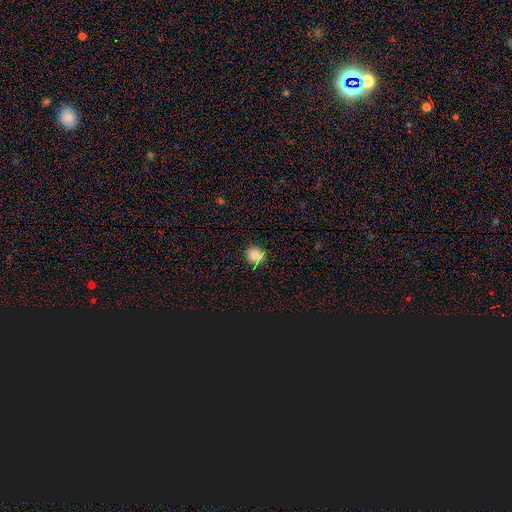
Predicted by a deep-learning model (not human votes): Smooth or featured? smooth (81%)
How rounded? round (86%)
Merging? none (84%)